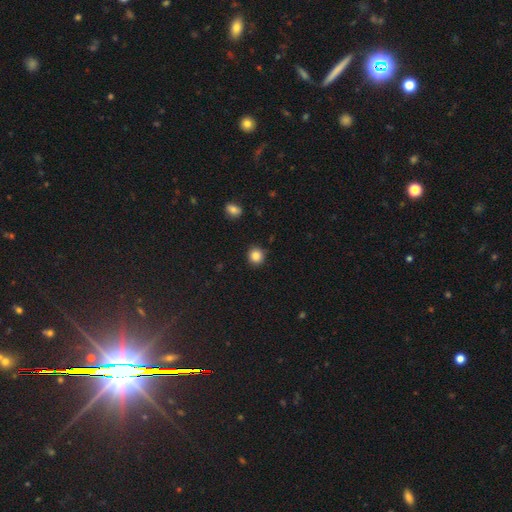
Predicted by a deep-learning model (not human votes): This is clearly a smooth galaxy (85%). How rounded: clearly round (91%). Merging: clearly none (90%).